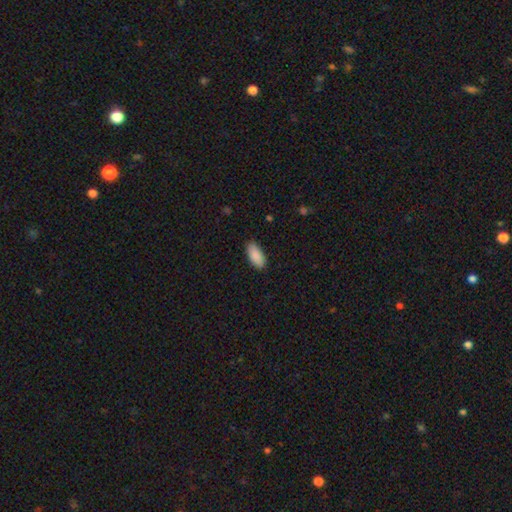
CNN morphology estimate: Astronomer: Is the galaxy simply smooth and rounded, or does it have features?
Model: smooth — 90%.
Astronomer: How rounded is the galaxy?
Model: in between — 90%.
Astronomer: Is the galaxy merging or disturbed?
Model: none — 86%.